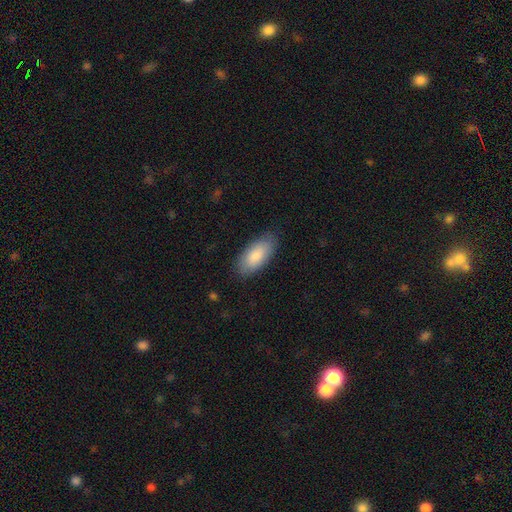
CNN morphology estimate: This is clearly a smooth galaxy (85%). How rounded: clearly in between (90%). Merging: clearly none (83%).